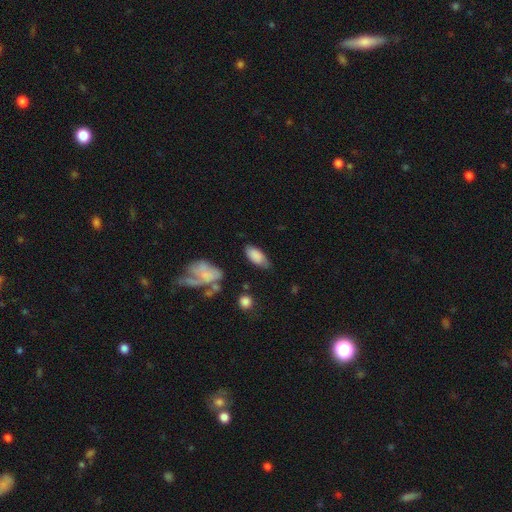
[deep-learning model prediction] smooth_or_featured: smooth (p=0.82) [alt: featured or disk p=0.11]
how_rounded: in between (p=0.89) [alt: cigar-shaped p=0.08]
merging: none (p=0.70) [alt: minor disturbance p=0.21]